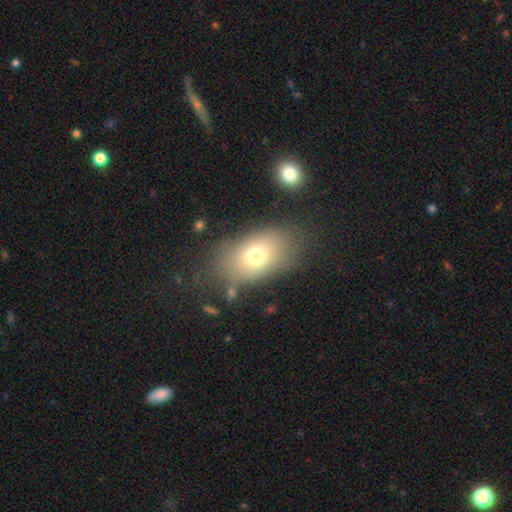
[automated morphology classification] Smooth or featured?
  - smooth: 70% *
  - featured or disk: 18%
  - star or artifact: 12%
How rounded?
  - in between: 82% *
  - round: 16%
  - cigar-shaped: 2%
Merging?
  - none: 68% *
  - minor disturbance: 17%
  - major disturbance: 10%
  - merger: 4%